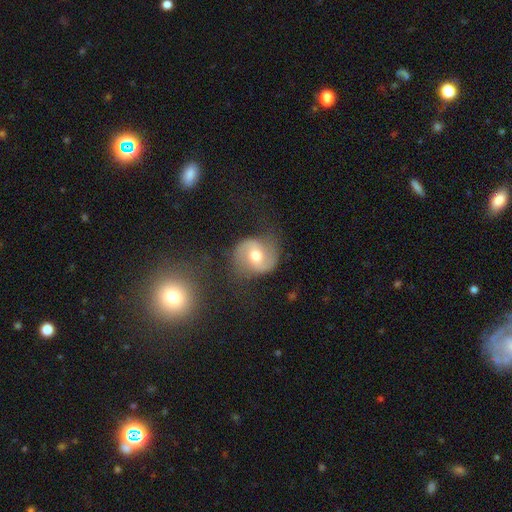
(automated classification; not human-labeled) Morphology: type=featured or disk (80%); edge-on=no (98%); bar=weak (43%); spiral arms=yes (94%); winding=medium (50%); arm count=2 (92%); bulge=moderate (77%); merging=none (76%).